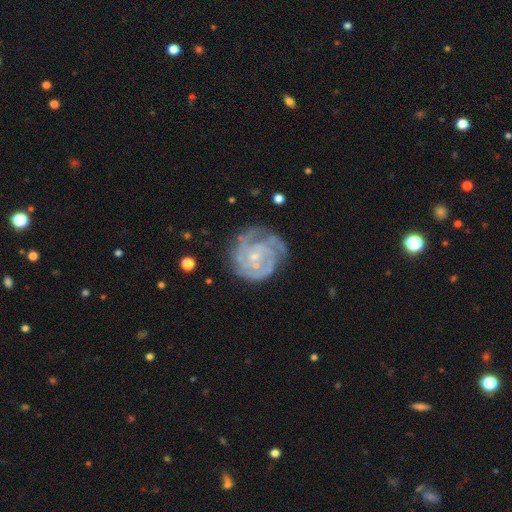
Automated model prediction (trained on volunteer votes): A featured or disk galaxy (85%) with no bar (74%), 3 (28%, tied with can't tell) tight (73%) spiral arms (95%) and a small central bulge (74%). Merging: none (66%).